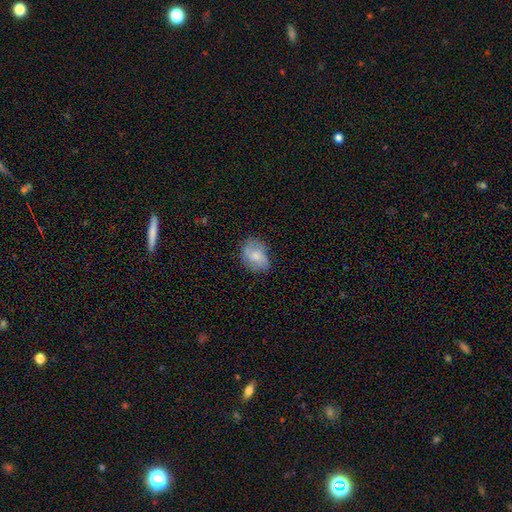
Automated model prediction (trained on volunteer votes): Smooth or featured: smooth — 69% (featured or disk — 23%)
How rounded: in between — 65% (round — 34%)
Merging: none — 61% (minor disturbance — 28%)